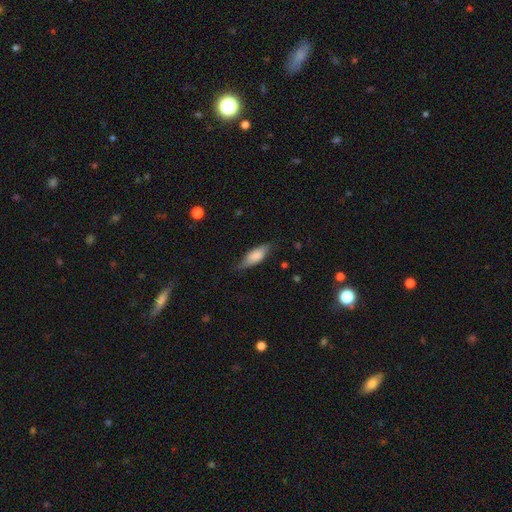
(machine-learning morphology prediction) Smooth or featured: smooth — 77% (featured or disk — 17%)
How rounded: in between — 72% (cigar-shaped — 26%)
Merging: none — 70% (minor disturbance — 24%)